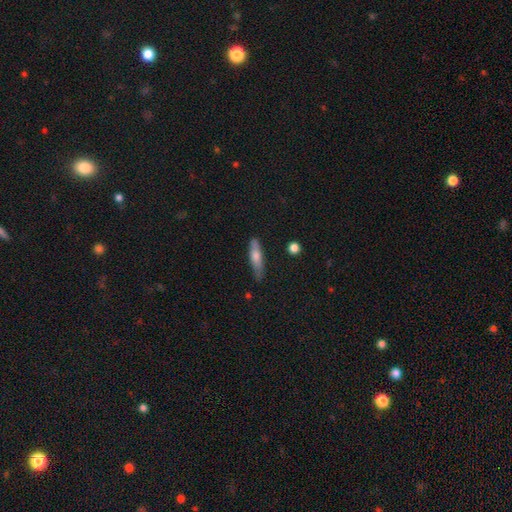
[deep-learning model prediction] smooth 64%, featured or disk 30%, star or artifact 6%. Down the decision tree: how rounded — cigar-shaped (71%); merging — none (73%).